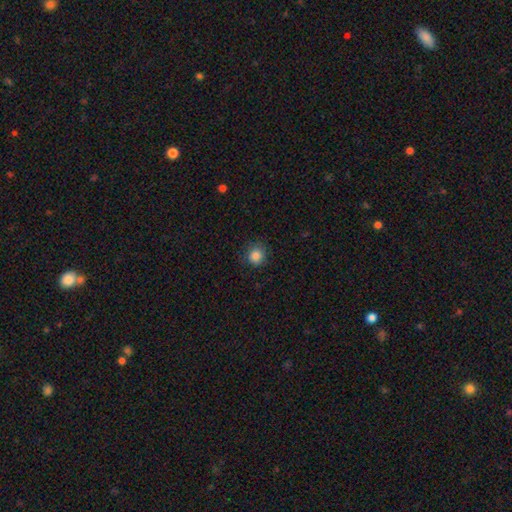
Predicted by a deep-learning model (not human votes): Morphology: type=smooth (85%); roundness=round (90%); merging=none (84%).